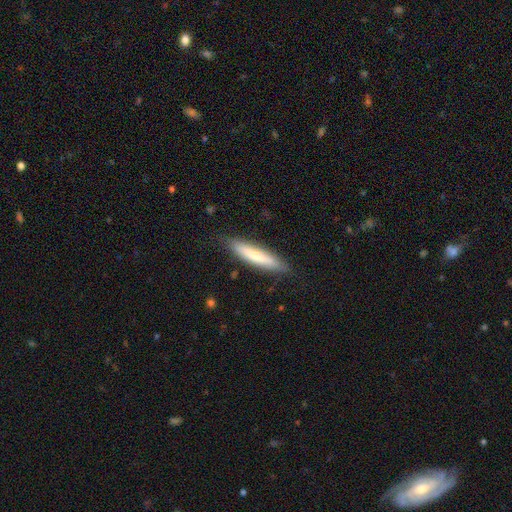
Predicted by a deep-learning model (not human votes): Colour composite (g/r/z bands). It shows a smooth galaxy with no disk features (69%) that is cigar-shaped (87%). Merging: none (85%).